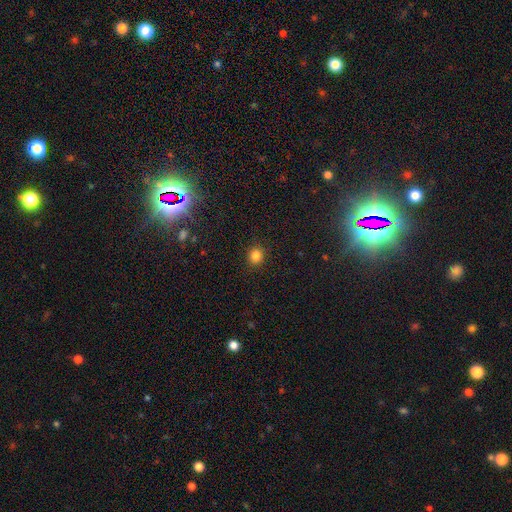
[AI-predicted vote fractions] This is clearly a smooth galaxy (83%). How rounded: clearly round (85%). Merging: clearly none (91%).